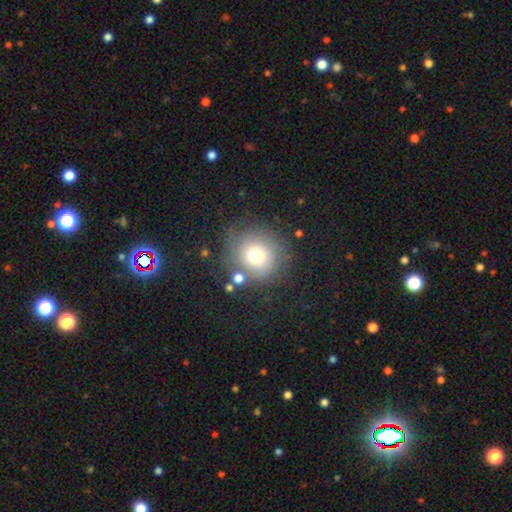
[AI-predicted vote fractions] Morphology: type=smooth (57%); roundness=round (90%); merging=none (70%).